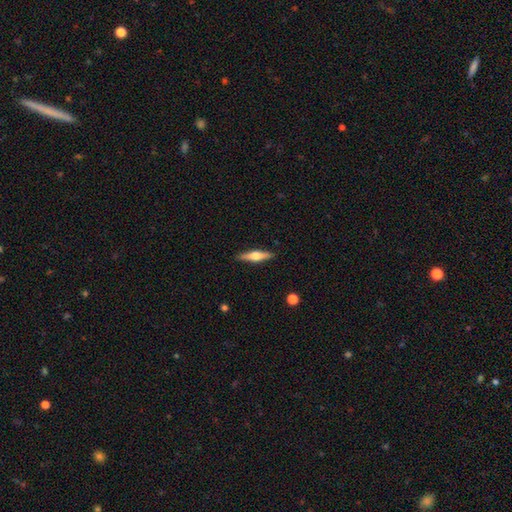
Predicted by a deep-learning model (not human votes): Smooth or featured? Predicted: featured or disk (p=0.60). Edge-on disk? Predicted: yes (p=0.97). Edge-on bulge? Predicted: rounded (p=0.91). Merging? Predicted: none (p=0.90).